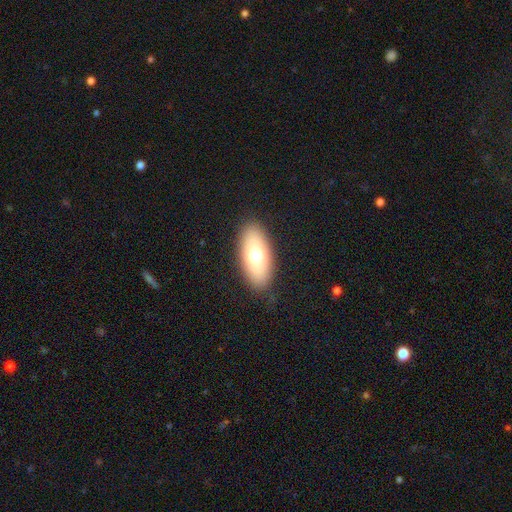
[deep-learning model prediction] The model was most divided on "smooth or featured": smooth: 68%, featured or disk: 22%, star or artifact: 10%. More confident: merging — none (87%); how rounded — in between (87%).